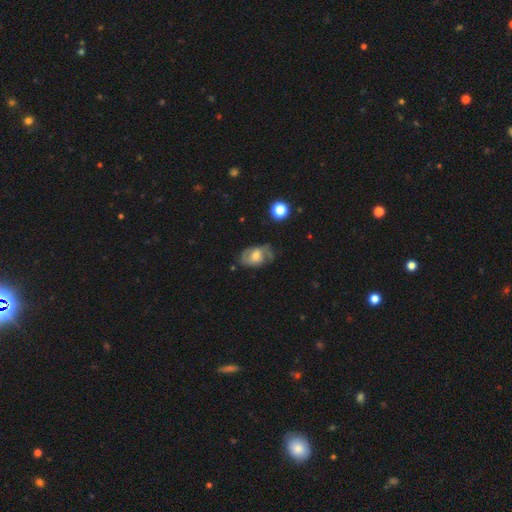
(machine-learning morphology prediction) Smooth or featured?
  - featured or disk: 55% *
  - smooth: 36%
  - star or artifact: 8%
Edge-on disk?
  - no: 95% *
  - yes: 5%
Bar?
  - no: 57% *
  - weak: 36%
  - strong: 7%
Spiral arms?
  - yes: 76% *
  - no: 24%
Bulge size?
  - moderate: 52% *
  - large: 21%
  - small: 19%
  - none: 5%
  - dominant: 2%
Merging?
  - none: 50% *
  - minor disturbance: 29%
  - major disturbance: 18%
  - merger: 3%